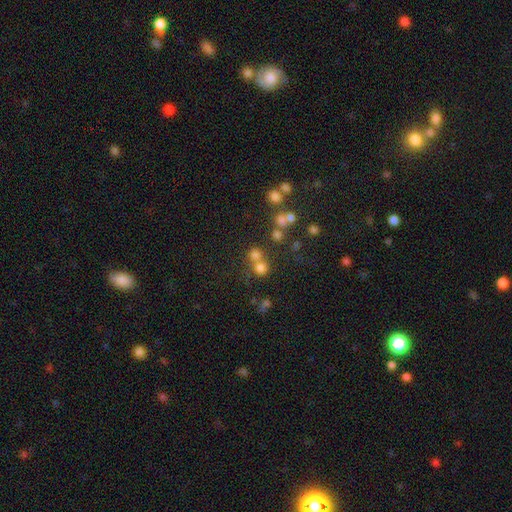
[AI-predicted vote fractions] Overall: smooth (69%). How rounded: round (89%). Merging: none (55%; merger 35%).